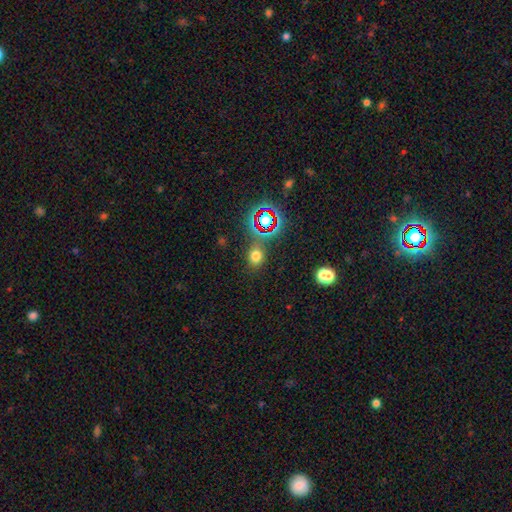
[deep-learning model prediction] This appears to be a smooth galaxy with no disk features (68%) that is round (69%). Merging: none (76%).